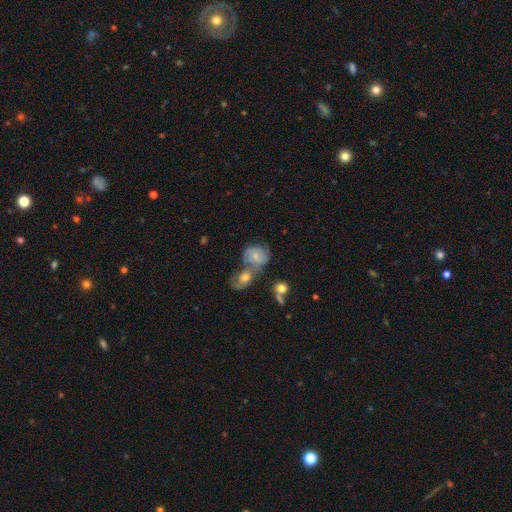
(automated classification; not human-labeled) This appears to be a featured or disk galaxy (53%) with no bar (66%), spiral arms (80%) and a small central bulge (49%). Merging: merger (47%).